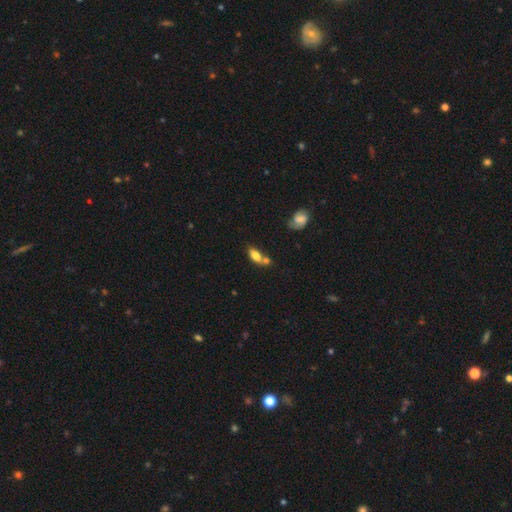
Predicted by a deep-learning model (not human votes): Smooth or featured? smooth (76%)
How rounded? in between (82%)
Merging? merger (42%)